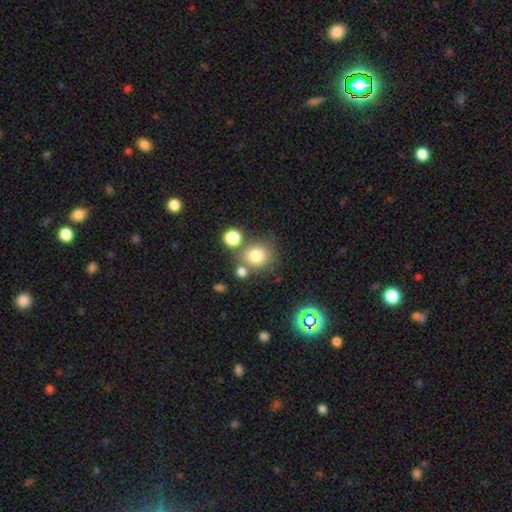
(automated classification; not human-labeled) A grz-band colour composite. It shows a smooth galaxy with no disk features (78%) that is round (81%). Merging: none (62%).